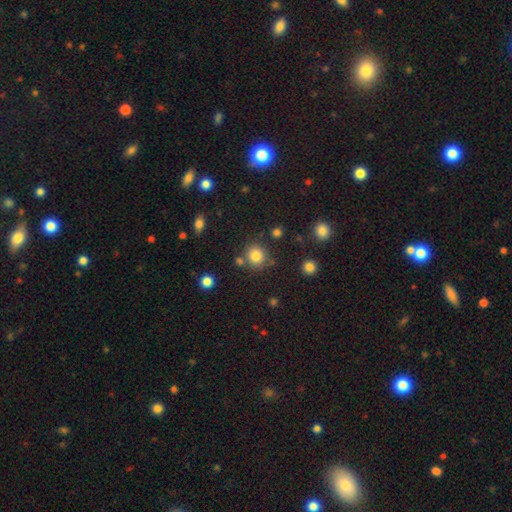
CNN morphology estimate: Overall: smooth (82%). How rounded: round (89%). Merging: none (77%).